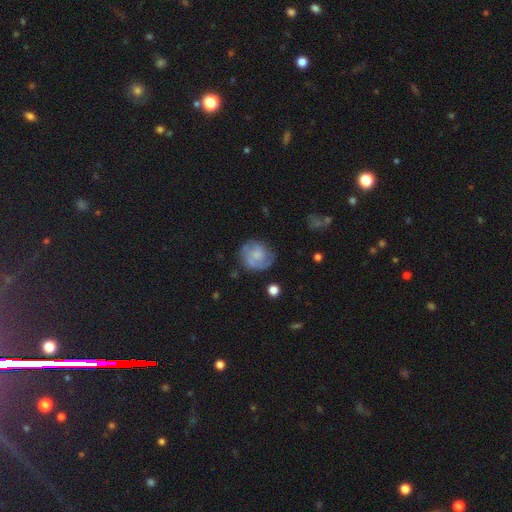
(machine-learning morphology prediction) This appears to be a featured or disk galaxy (64%) with no bar (71%), 2 (45%) tight (47%) spiral arms (85%) and no central bulge (41%). Merging: none (67%).